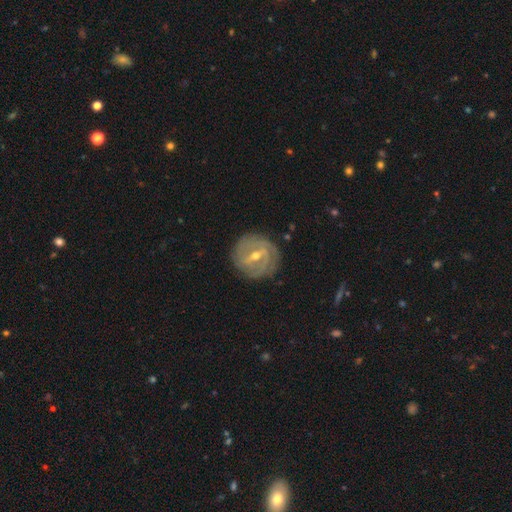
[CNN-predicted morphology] Smooth or featured?
  - featured or disk: 81% *
  - smooth: 13%
  - star or artifact: 7%
Edge-on disk?
  - no: 95% *
  - yes: 5%
Bar?
  - weak: 44% *
  - strong: 42%
  - no: 14%
Spiral arms?
  - yes: 86% *
  - no: 14%
Spiral winding?
  - tight: 70% *
  - medium: 23%
  - loose: 7%
Spiral arm count?
  - can't tell: 36% *
  - 2: 28%
  - 3: 17%
  - 4: 8%
  - 1: 5%
  - more than 4: 5%
Bulge size?
  - moderate: 55% *
  - small: 42%
  - large: 2%
  - none: 1%
  - dominant: 1%
Merging?
  - none: 82% *
  - minor disturbance: 13%
  - major disturbance: 4%
  - merger: 1%